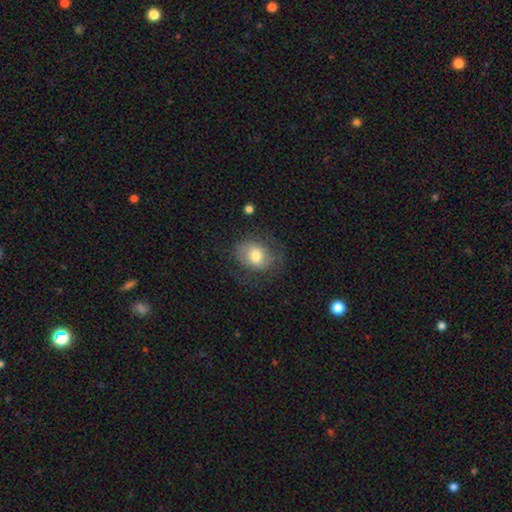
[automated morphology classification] smooth_or_featured: smooth (p=0.63) [alt: featured or disk p=0.29]
how_rounded: in between (p=0.52) [alt: round p=0.47]
merging: none (p=0.59) [alt: minor disturbance p=0.22]